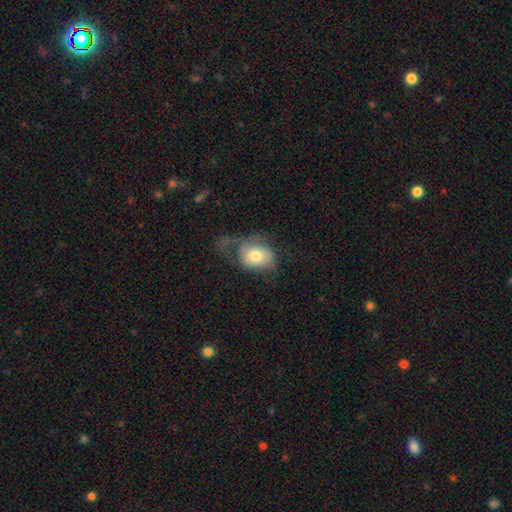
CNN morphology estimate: Q: Smooth or featured?
A: smooth (69%); runner-up: featured or disk (24%)
Q: How rounded?
A: in between (56%); runner-up: round (42%)
Q: Merging?
A: major disturbance (51%); runner-up: none (24%)